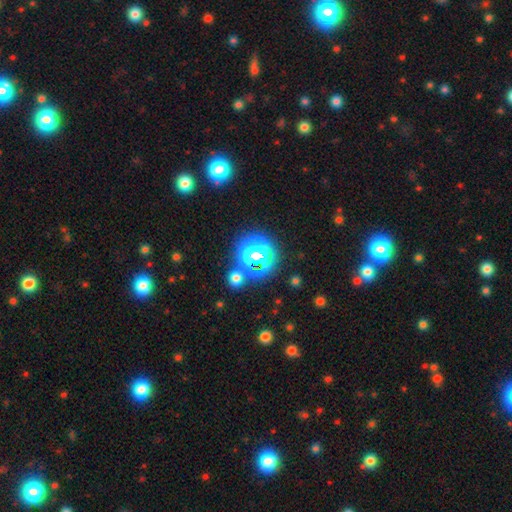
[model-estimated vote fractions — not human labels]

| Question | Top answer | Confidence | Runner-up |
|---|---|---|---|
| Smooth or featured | smooth | 45% | star or artifact (43%) |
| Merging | none | 68% | merger (14%) |